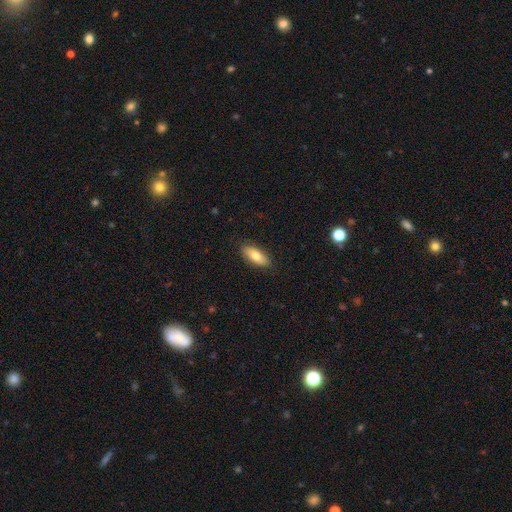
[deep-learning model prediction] smooth_or_featured: smooth (p=0.77) [alt: featured or disk p=0.17]
how_rounded: in between (p=0.81) [alt: cigar-shaped p=0.17]
merging: none (p=0.88) [alt: minor disturbance p=0.09]